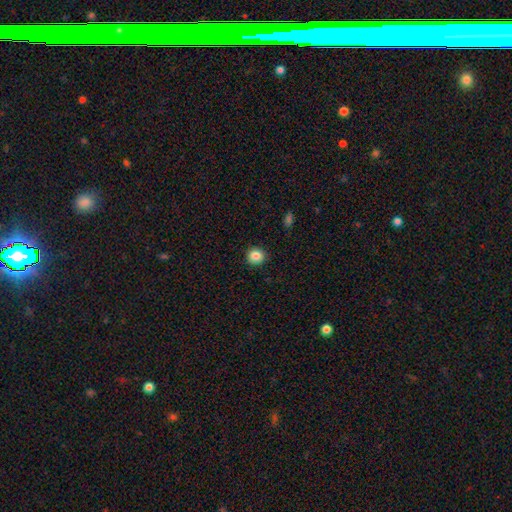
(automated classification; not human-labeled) A smooth galaxy with no disk features (85%) that is round (92%). Merging: none (92%).